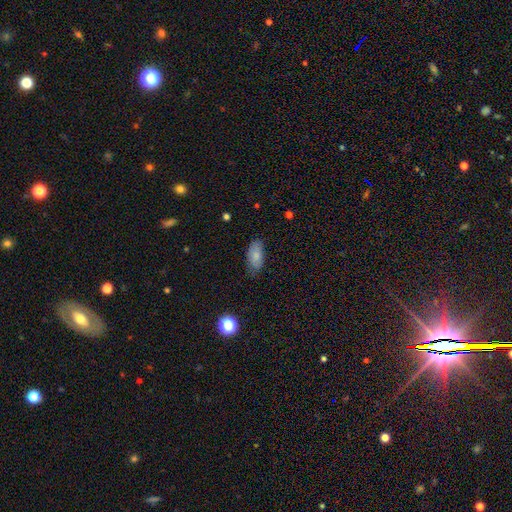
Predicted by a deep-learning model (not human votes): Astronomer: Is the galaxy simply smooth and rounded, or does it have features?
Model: smooth — 81%.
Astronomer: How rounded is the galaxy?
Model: in between — 91%.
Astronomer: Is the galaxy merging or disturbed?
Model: none — 74%.